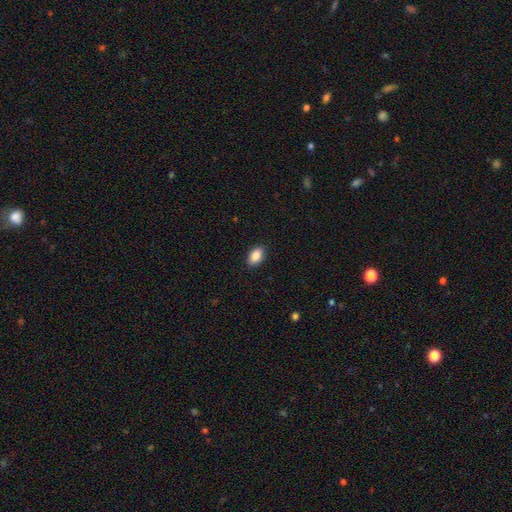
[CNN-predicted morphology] Smooth or featured?
  - smooth: 88% *
  - star or artifact: 7%
  - featured or disk: 5%
How rounded?
  - in between: 91% *
  - round: 8%
  - cigar-shaped: 2%
Merging?
  - none: 89% *
  - minor disturbance: 8%
  - major disturbance: 2%
  - merger: 1%